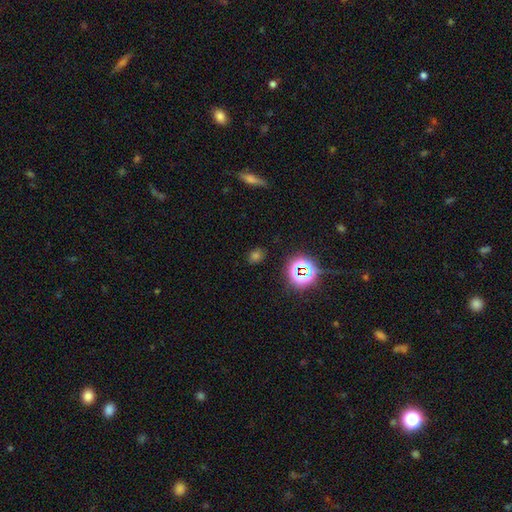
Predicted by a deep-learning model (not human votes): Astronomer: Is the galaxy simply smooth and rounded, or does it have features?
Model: smooth — 54% (runner-up: star or artifact, 39%).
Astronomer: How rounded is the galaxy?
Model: in between — 49%, tied with round at 49%.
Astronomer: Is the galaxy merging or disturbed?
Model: none — 84%.